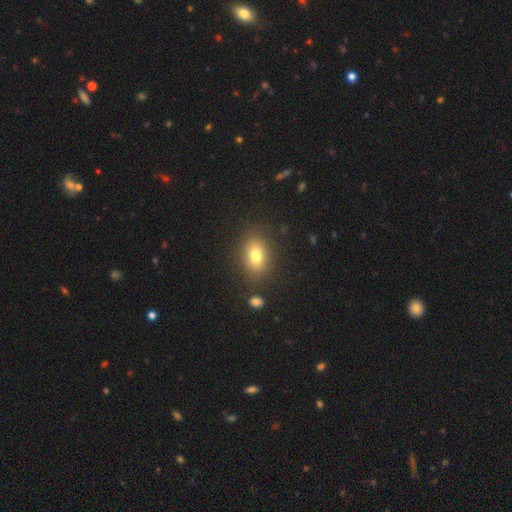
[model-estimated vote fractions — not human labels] A smooth galaxy with no disk features (78%) that is in between round and cigar-shaped (75%). Merging: none (85%).